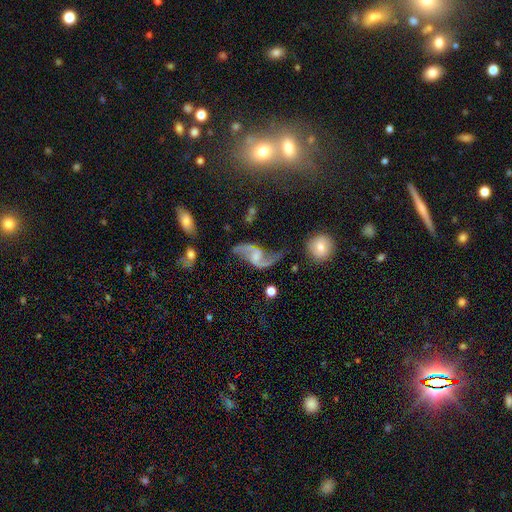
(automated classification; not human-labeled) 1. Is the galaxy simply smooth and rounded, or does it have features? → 89% featured or disk, 6% smooth, 6% star or artifact.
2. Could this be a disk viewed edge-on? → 97% no, 3% yes.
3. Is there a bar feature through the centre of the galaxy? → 50% weak, 35% no, 14% strong.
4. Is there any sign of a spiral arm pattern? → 96% yes, 4% no.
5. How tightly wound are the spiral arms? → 85% loose, 13% medium, 3% tight.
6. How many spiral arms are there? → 93% 2, 2% 1, 2% can't tell, 1% 3, 1% 4, 1% more than 4.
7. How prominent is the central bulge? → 36% small, 35% none, 24% moderate, 4% large, 1% dominant.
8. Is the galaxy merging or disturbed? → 63% none, 18% minor disturbance, 14% major disturbance, 5% merger.